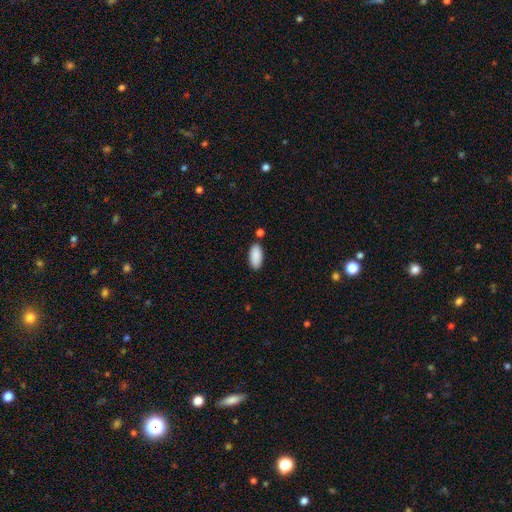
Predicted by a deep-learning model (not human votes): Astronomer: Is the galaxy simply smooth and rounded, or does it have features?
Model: smooth — 90%.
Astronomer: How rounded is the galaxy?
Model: in between — 92%.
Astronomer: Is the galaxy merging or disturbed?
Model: none — 80%.